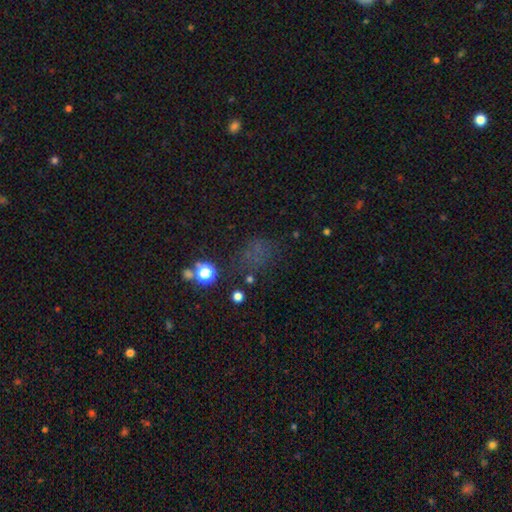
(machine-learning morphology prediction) A star or artifact, not a galaxy (44%, tied with smooth).